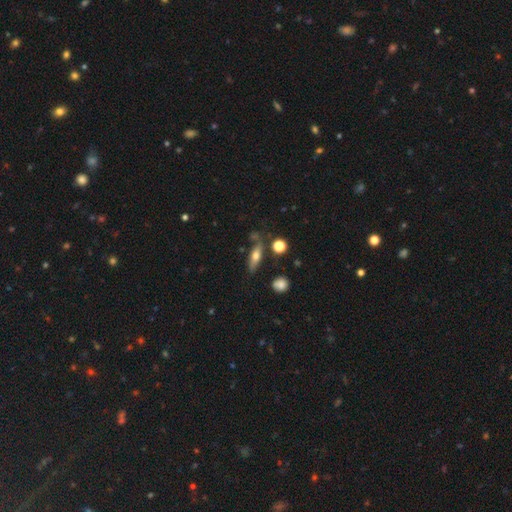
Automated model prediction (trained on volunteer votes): Smooth or featured: smooth — 53% (featured or disk — 39%)
How rounded: cigar-shaped — 52% (in between — 43%)
Merging: none — 71% (minor disturbance — 16%)